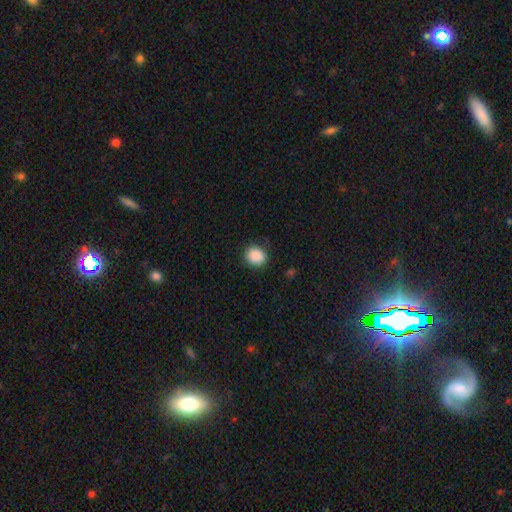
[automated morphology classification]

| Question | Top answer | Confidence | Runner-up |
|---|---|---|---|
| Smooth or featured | smooth | 89% | star or artifact (8%) |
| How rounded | round | 76% | in between (23%) |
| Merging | none | 85% | minor disturbance (11%) |